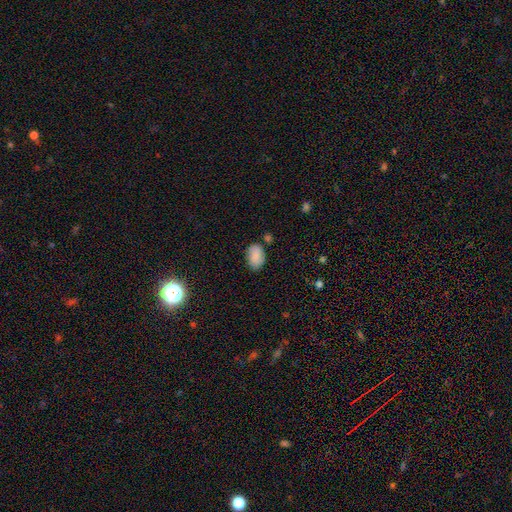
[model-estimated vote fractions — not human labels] smooth 80%, featured or disk 11%, star or artifact 8%. Down the decision tree: how rounded — in between (84%); merging — none (74%).